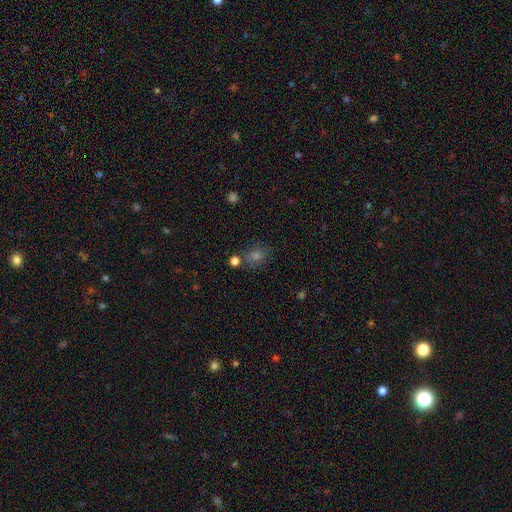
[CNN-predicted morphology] The model was most divided on "how rounded": round: 54%, in between: 44%, cigar-shaped: 2%. More confident: merging — none (74%); smooth or featured — smooth (57%).